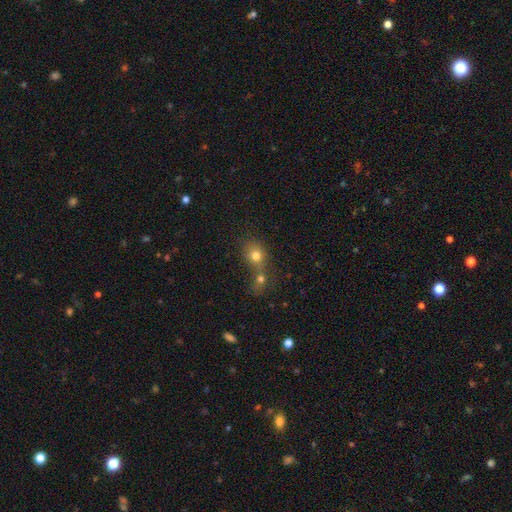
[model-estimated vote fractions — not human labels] A smooth galaxy with no disk features (74%) that is round (69%).

Vote fractions:
- Smooth or featured? smooth: 74% / star or artifact: 14% / featured or disk: 12%
- How rounded? round: 69% / in between: 30% / cigar-shaped: 1%
- Merging? merger: 58% / none: 30% / minor disturbance: 7% / major disturbance: 5%